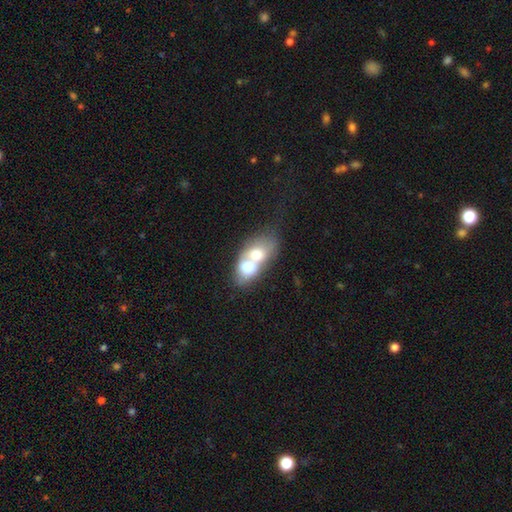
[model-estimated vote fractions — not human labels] This appears to be a smooth galaxy with no disk features (61%) that is in between round and cigar-shaped (72%). Merging: merger (79%).